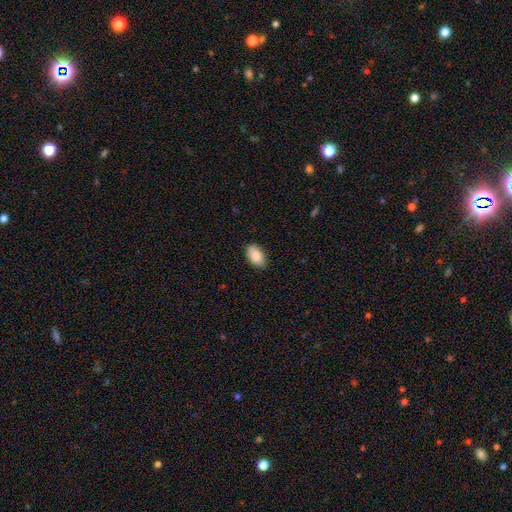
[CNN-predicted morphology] This appears to be a smooth galaxy with no disk features (85%) that is in between round and cigar-shaped (93%). Merging: none (85%).